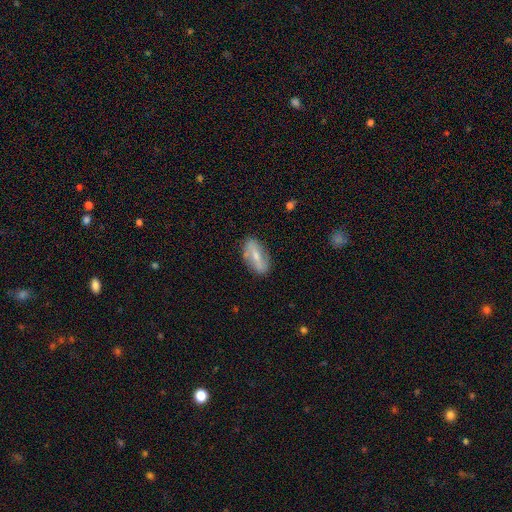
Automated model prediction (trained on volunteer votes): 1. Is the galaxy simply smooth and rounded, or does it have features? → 54% featured or disk, 39% smooth, 7% star or artifact.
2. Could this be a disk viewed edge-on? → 81% no, 19% yes.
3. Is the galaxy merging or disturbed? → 82% none, 13% minor disturbance, 3% major disturbance, 2% merger.